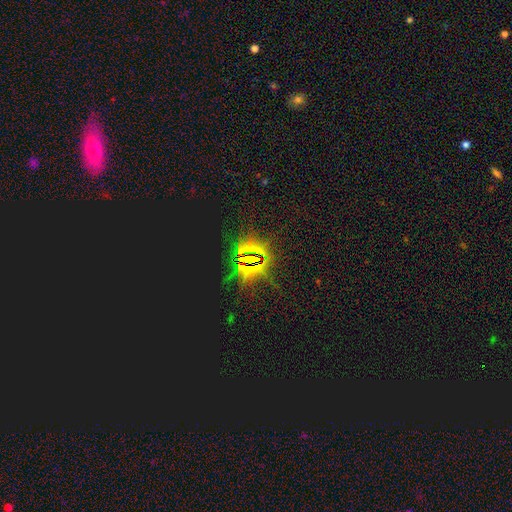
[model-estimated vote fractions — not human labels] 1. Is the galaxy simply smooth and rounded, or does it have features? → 86% star or artifact, 7% smooth, 7% featured or disk.